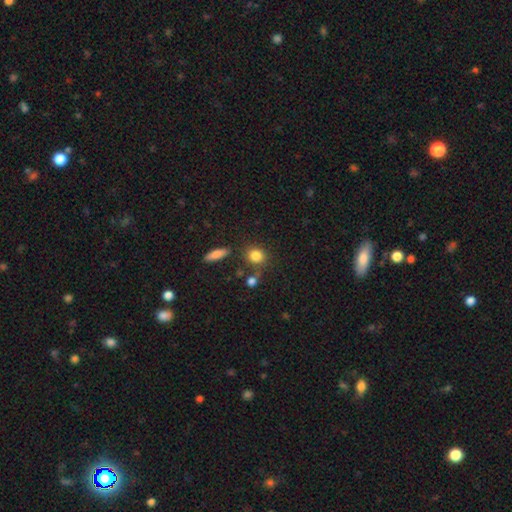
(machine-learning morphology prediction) Smooth or featured? Predicted: smooth (p=0.84). How rounded? Predicted: round (p=0.70). Merging? Predicted: none (p=0.72).